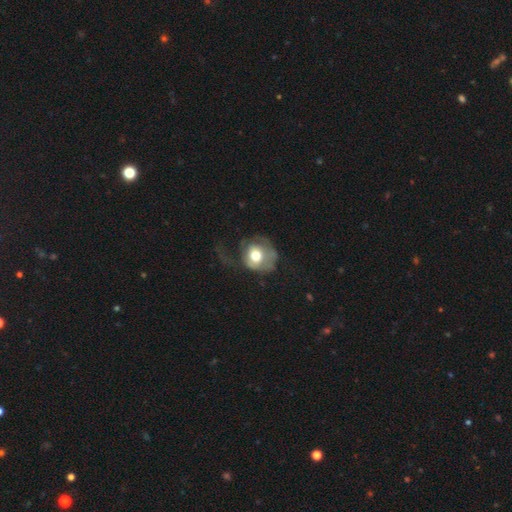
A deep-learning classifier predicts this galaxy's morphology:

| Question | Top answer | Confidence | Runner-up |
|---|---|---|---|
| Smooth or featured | smooth | 56% | featured or disk (36%) |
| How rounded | round | 71% | in between (28%) |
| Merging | major disturbance | 45% | none (28%) |